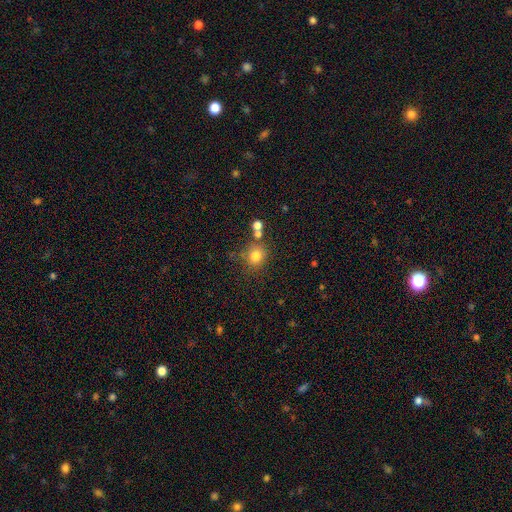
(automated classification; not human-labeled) A smooth galaxy with no disk features (78%) that is round (81%).

Vote fractions:
- Smooth or featured? smooth: 78% / star or artifact: 13% / featured or disk: 8%
- How rounded? round: 81% / in between: 18% / cigar-shaped: 1%
- Merging? none: 69% / merger: 13% / minor disturbance: 13% / major disturbance: 5%